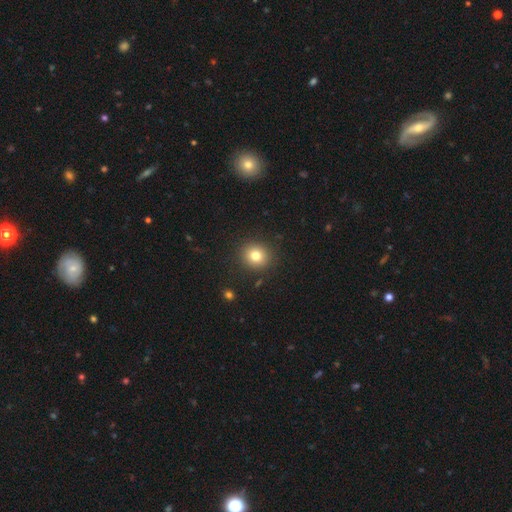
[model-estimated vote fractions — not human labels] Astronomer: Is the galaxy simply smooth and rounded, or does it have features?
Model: smooth — 79%.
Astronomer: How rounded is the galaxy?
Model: round — 85%.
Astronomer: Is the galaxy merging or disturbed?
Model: none — 90%.